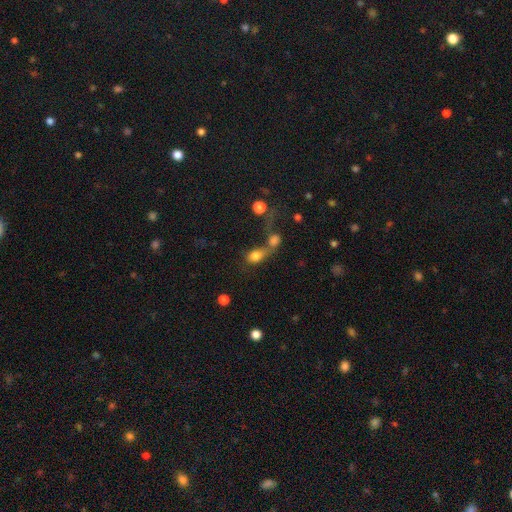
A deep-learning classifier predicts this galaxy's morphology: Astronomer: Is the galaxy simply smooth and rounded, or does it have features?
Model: smooth — 77%.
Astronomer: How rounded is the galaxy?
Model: in between — 66%.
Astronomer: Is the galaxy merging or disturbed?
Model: merger — 66%.